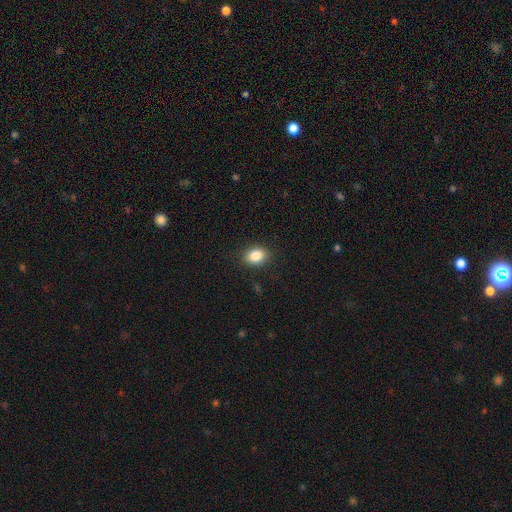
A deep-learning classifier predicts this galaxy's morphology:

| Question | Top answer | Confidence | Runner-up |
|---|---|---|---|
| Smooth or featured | smooth | 85% | star or artifact (9%) |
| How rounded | in between | 64% | round (35%) |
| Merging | none | 87% | minor disturbance (10%) |